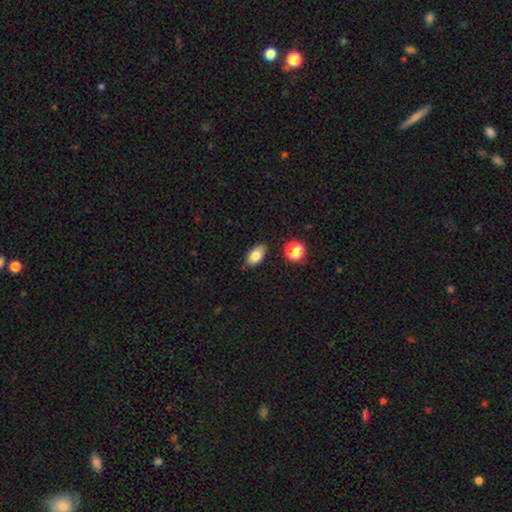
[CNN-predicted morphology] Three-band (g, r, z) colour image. It shows a smooth galaxy with no disk features (80%) that is in between round and cigar-shaped (90%). Merging: none (83%).